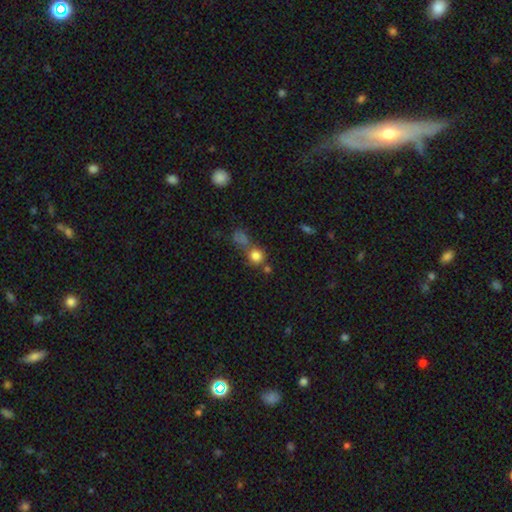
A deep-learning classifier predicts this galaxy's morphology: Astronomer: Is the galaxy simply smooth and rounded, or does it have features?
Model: smooth — 79%.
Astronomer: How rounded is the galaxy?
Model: round — 89%.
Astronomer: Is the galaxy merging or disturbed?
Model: none — 55%.